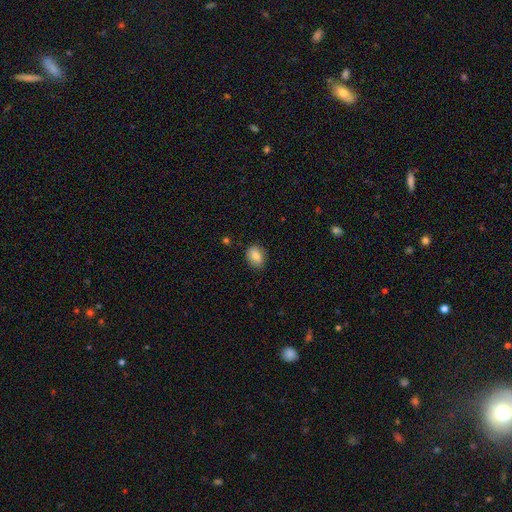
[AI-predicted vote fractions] smooth-or-featured: smooth: 82% | featured or disk: 10% | star or artifact: 8%
  how-rounded: in between: 63% | round: 36% | cigar-shaped: 1%
  merging: none: 82% | minor disturbance: 14% | major disturbance: 3% | merger: 1%